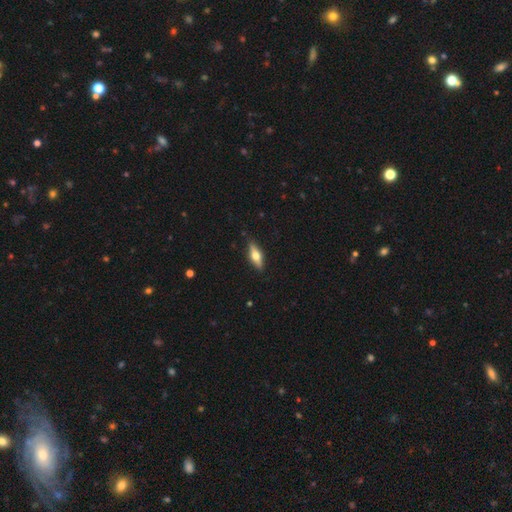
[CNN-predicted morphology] Q: Smooth or featured?
A: featured or disk (52%); runner-up: smooth (42%)
Q: Edge-on disk?
A: yes (92%); runner-up: no (8%)
Q: Merging?
A: none (87%); runner-up: minor disturbance (10%)